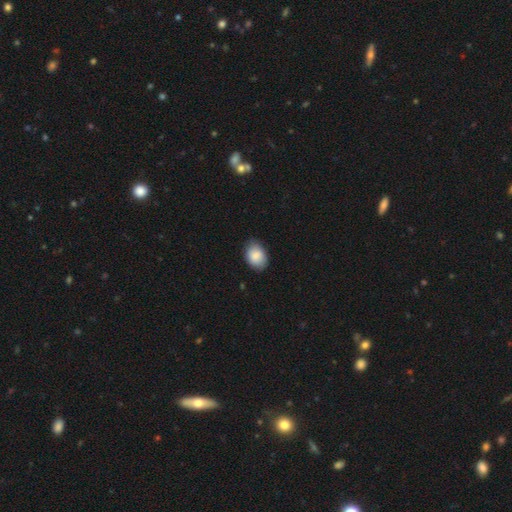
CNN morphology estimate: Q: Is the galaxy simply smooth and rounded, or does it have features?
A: smooth — 87%.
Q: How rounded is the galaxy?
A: in between — 78%.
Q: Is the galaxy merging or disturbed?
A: none — 79%.